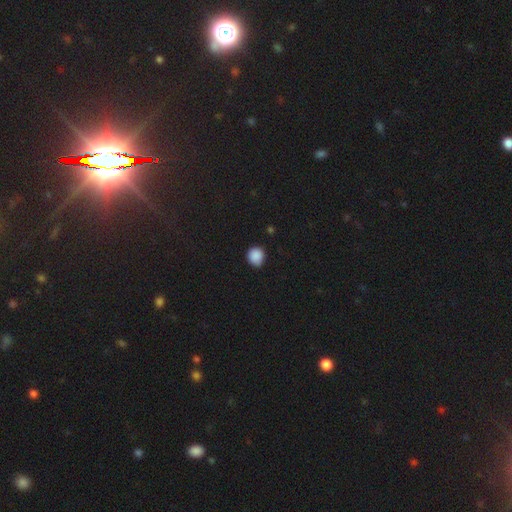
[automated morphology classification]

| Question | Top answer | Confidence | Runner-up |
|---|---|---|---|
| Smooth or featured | smooth | 88% | star or artifact (10%) |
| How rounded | round | 87% | in between (12%) |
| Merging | none | 82% | minor disturbance (14%) |